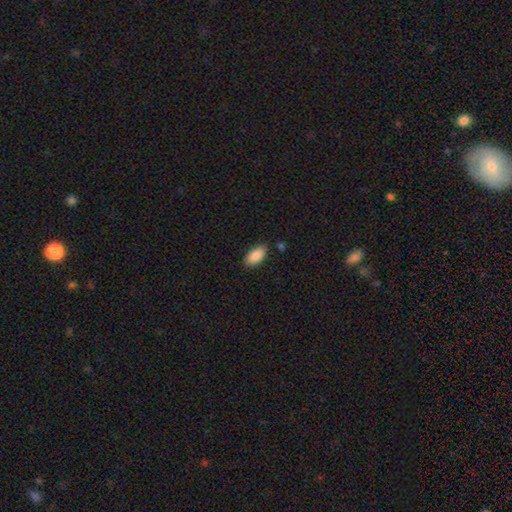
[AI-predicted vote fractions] Smooth or featured?
  - smooth: 88% *
  - star or artifact: 6%
  - featured or disk: 5%
How rounded?
  - in between: 92% *
  - cigar-shaped: 5%
  - round: 2%
Merging?
  - none: 84% *
  - minor disturbance: 12%
  - major disturbance: 2%
  - merger: 2%